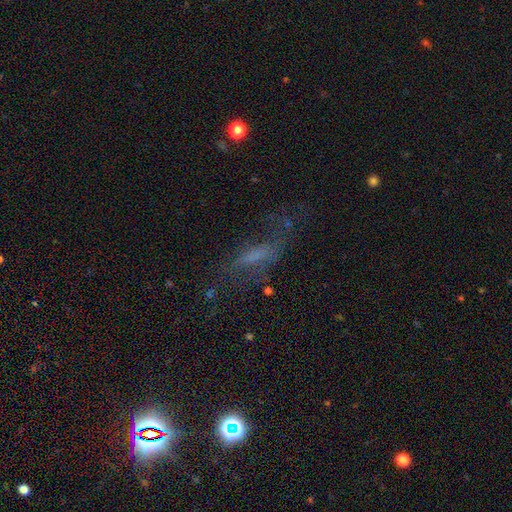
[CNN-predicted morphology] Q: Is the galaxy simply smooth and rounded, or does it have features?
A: smooth — 41%.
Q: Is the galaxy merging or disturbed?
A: none — 46%.